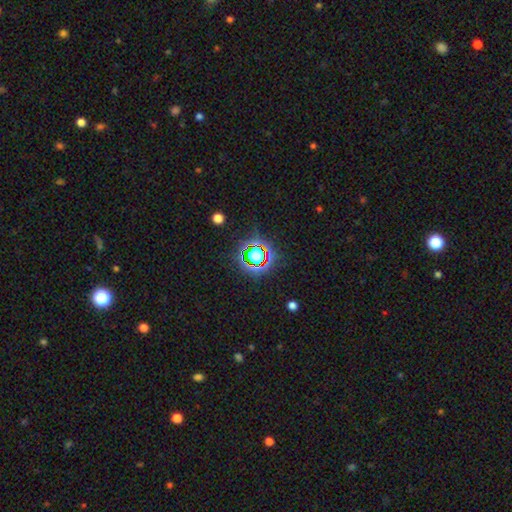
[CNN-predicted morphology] This is likely a star or artifact rather than a galaxy (69%).